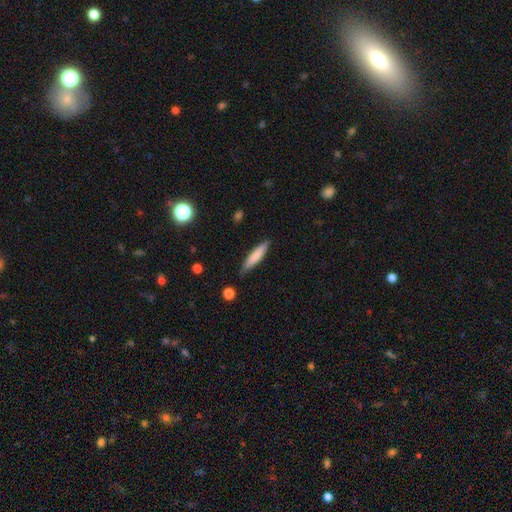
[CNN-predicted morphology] A smooth galaxy with no disk features (72%) that is cigar-shaped (88%).

Vote fractions:
- Smooth or featured? smooth: 72% / featured or disk: 22% / star or artifact: 6%
- How rounded? cigar-shaped: 88% / in between: 11% / round: 1%
- Merging? none: 82% / minor disturbance: 14% / major disturbance: 2% / merger: 2%